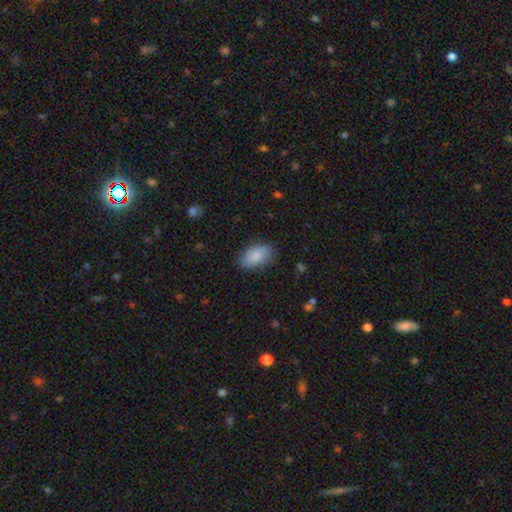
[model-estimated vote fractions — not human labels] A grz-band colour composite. It shows a smooth galaxy with no disk features (85%) that is in between round and cigar-shaped (93%). Merging: none (80%).